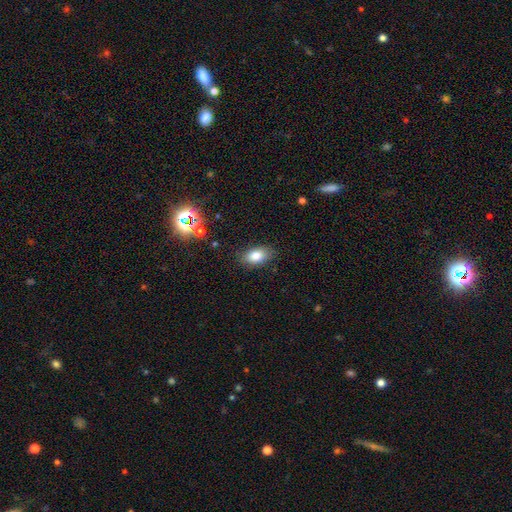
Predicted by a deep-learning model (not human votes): smooth_or_featured: smooth (p=0.82) [alt: star or artifact p=0.10]
how_rounded: in between (p=0.89) [alt: round p=0.08]
merging: none (p=0.83) [alt: minor disturbance p=0.13]